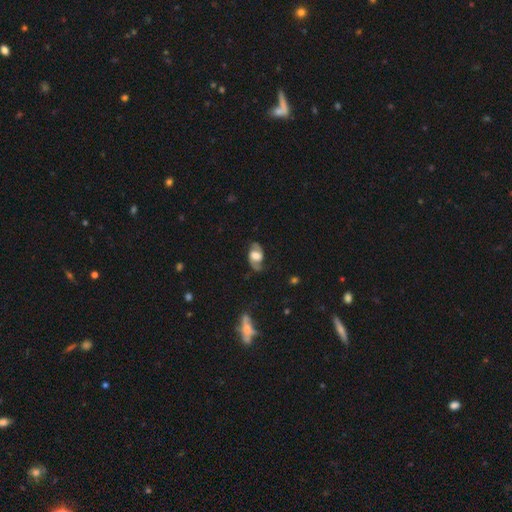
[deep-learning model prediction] featured or disk 70%, smooth 22%, star or artifact 7%. Down the decision tree: edge-on disk — no (95%); bar — no (44%); spiral arms — yes (89%); spiral arm count — 2 (89%); spiral winding — medium (46%); bulge size — large (43%); merging — none (72%).